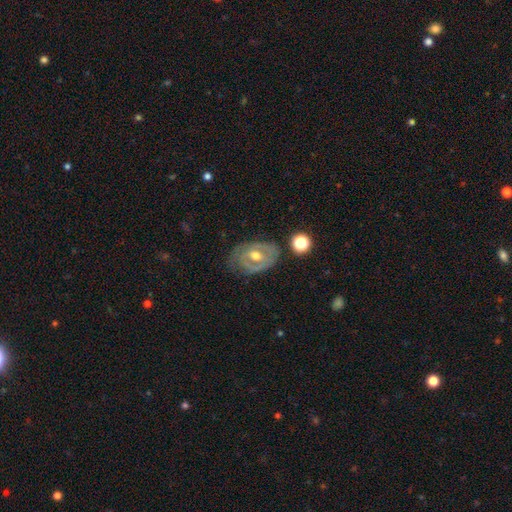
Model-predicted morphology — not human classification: This appears to be a featured or disk galaxy (70%) with no bar (51%), no spiral arms (51%) and a moderate central bulge (76%). Merging: none (68%).